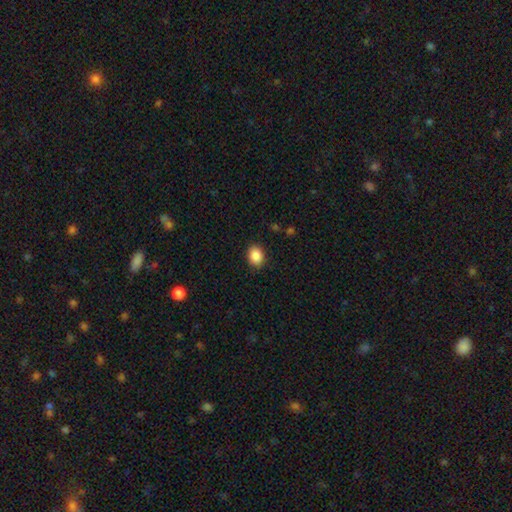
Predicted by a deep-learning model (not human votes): The model was most divided on "how rounded": in between: 55%, round: 44%, cigar-shaped: 1%. More confident: merging — none (88%); smooth or featured — smooth (88%).